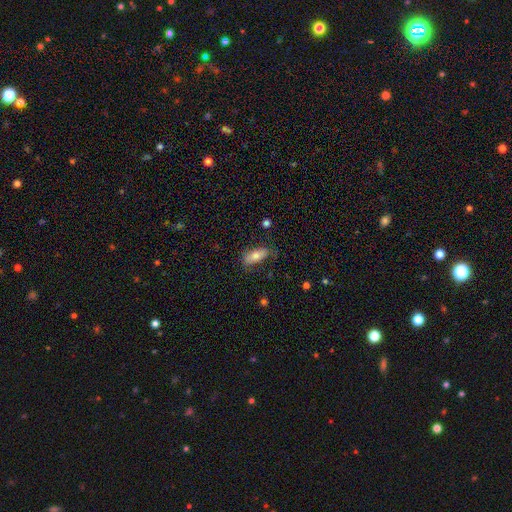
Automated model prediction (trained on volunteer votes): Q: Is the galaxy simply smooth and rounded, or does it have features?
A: smooth — 77%.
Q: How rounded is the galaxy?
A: in between — 82%.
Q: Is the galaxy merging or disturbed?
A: none — 70%.